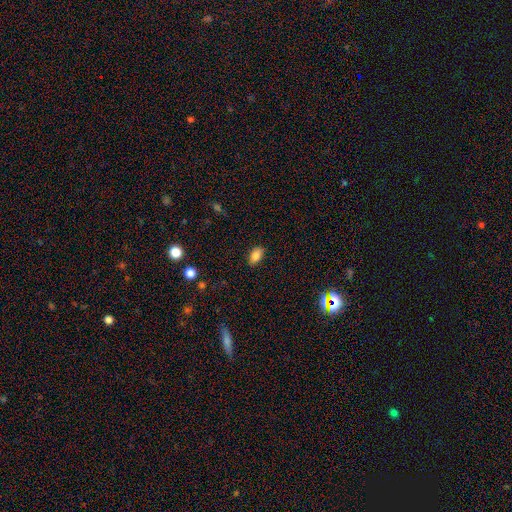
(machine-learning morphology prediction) This is clearly a smooth galaxy (85%). How rounded: clearly in between (90%). Merging: clearly none (86%).